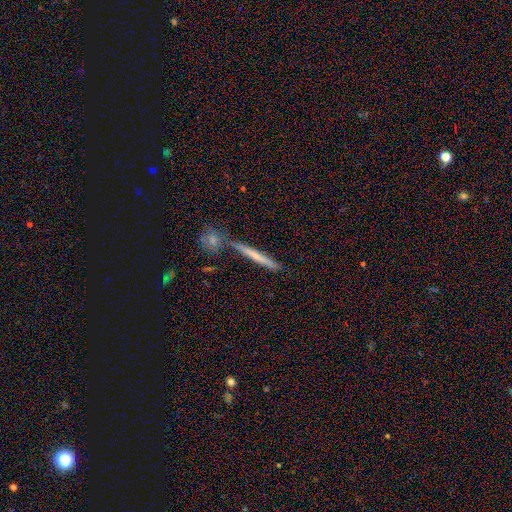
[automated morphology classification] This appears to be a smooth galaxy with no disk features (55%) that is cigar-shaped (95%). Merging: none (78%).